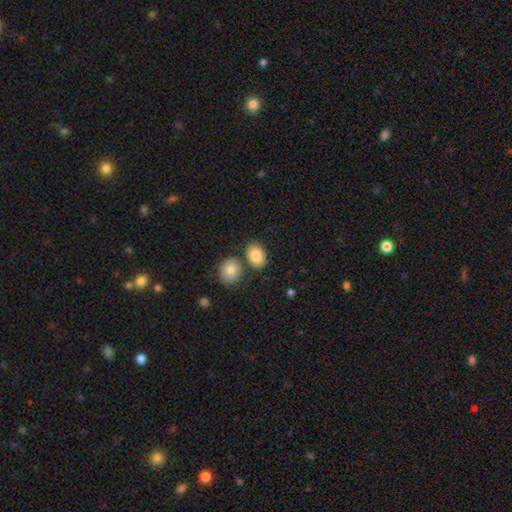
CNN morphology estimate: smooth_or_featured: smooth (p=0.84) [alt: featured or disk p=0.08]
how_rounded: in between (p=0.80) [alt: round p=0.19]
merging: none (p=0.70) [alt: merger p=0.17]